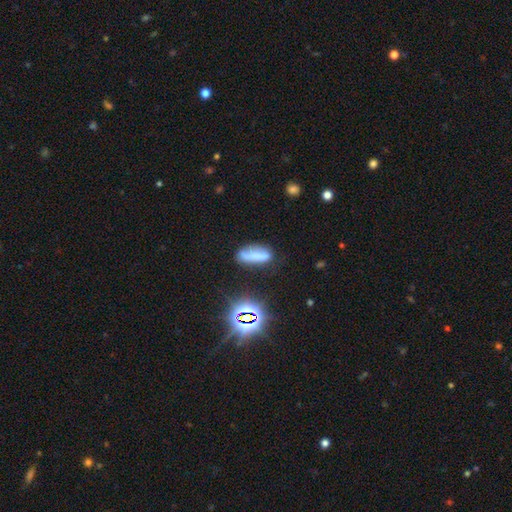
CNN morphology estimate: Q: Smooth or featured?
A: smooth (65%); runner-up: featured or disk (20%)
Q: How rounded?
A: in between (55%); runner-up: cigar-shaped (41%)
Q: Merging?
A: none (63%); runner-up: minor disturbance (22%)